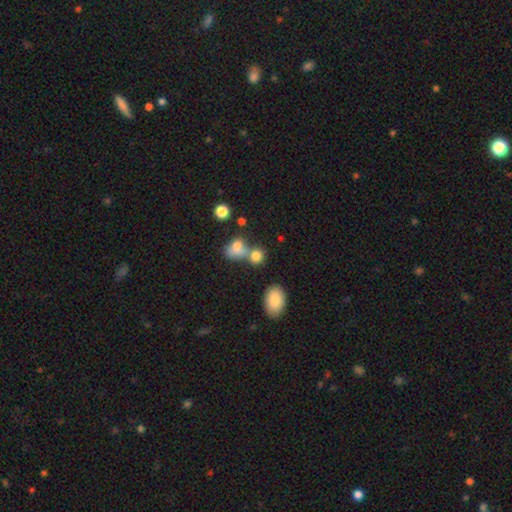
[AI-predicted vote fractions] A smooth galaxy with no disk features (81%) that is round (65%). Merging: merger (43%).